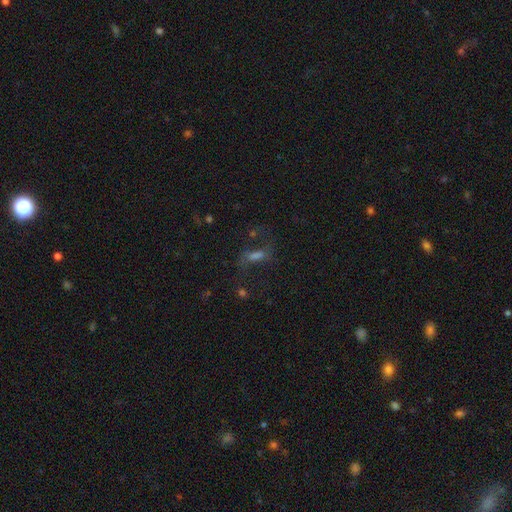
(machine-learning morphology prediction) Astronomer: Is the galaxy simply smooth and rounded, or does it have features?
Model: featured or disk — 40% (runner-up: smooth, 33%).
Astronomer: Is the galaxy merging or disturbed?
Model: none — 55%.